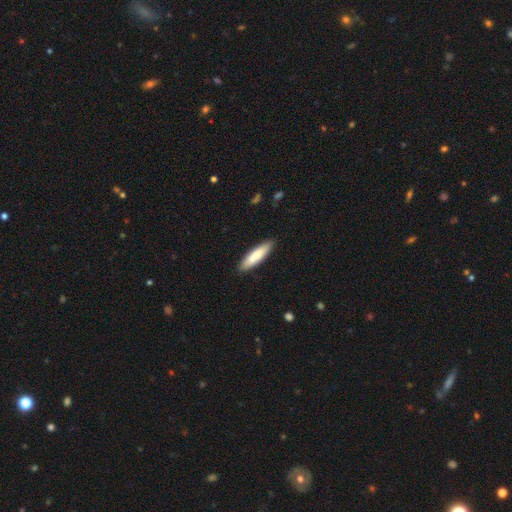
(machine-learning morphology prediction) Smooth or featured? Predicted: smooth (p=0.80). How rounded? Predicted: cigar-shaped (p=0.69). Merging? Predicted: none (p=0.89).